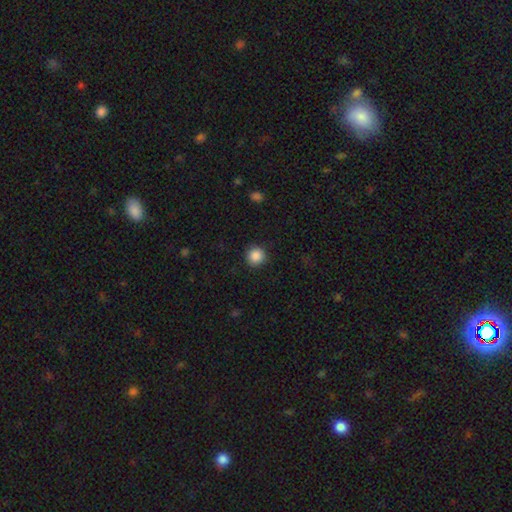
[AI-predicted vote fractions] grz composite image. It shows a smooth galaxy with no disk features (87%) that is round (95%). Merging: none (91%).